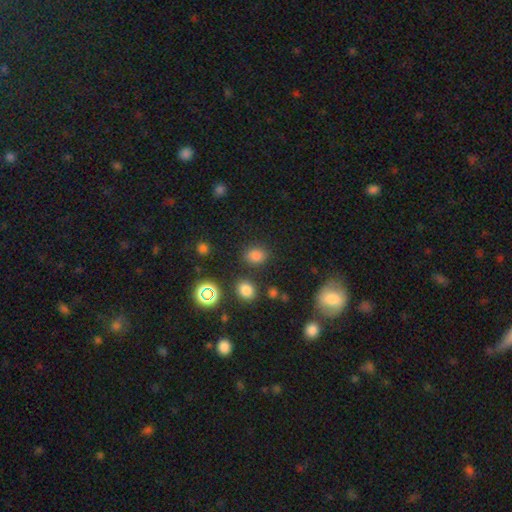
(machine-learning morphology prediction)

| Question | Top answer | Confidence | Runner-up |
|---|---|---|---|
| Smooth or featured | smooth | 77% | star or artifact (18%) |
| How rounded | round | 53% | in between (46%) |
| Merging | none | 81% | minor disturbance (10%) |